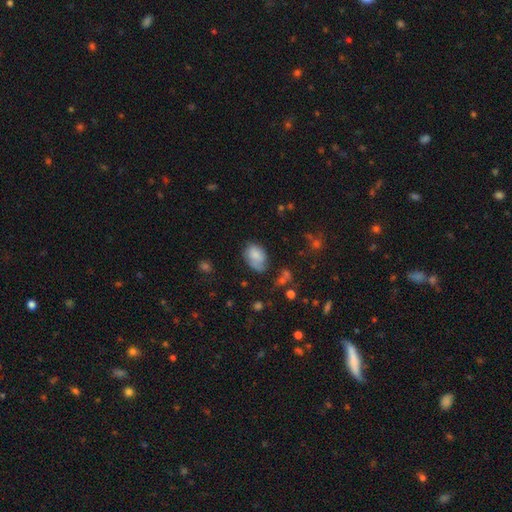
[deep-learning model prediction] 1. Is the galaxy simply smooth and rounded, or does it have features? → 76% smooth, 15% featured or disk, 9% star or artifact.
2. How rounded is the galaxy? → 86% in between, 13% round, 1% cigar-shaped.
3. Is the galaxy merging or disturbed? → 47% none, 32% minor disturbance, 15% major disturbance, 6% merger.